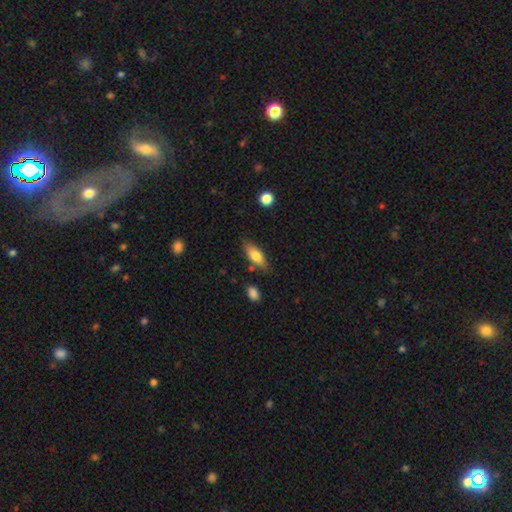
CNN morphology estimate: Q: Smooth or featured?
A: smooth (74%); runner-up: featured or disk (20%)
Q: How rounded?
A: in between (70%); runner-up: cigar-shaped (27%)
Q: Merging?
A: none (77%); runner-up: minor disturbance (15%)